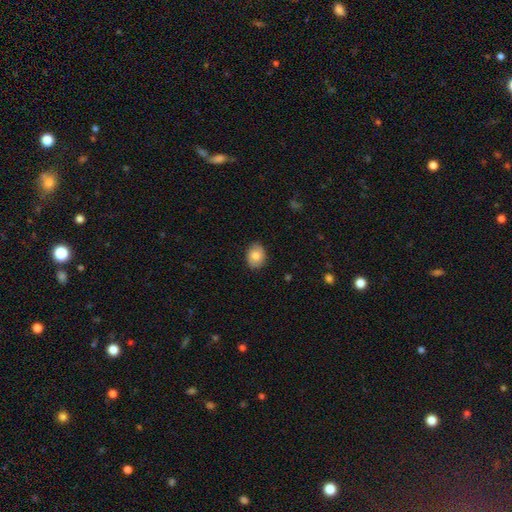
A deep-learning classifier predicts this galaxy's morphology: smooth-or-featured: smooth: 84% | featured or disk: 9% | star or artifact: 7%
  how-rounded: in between: 62% | round: 38% | cigar-shaped: 1%
  merging: none: 86% | minor disturbance: 11% | major disturbance: 2% | merger: 1%